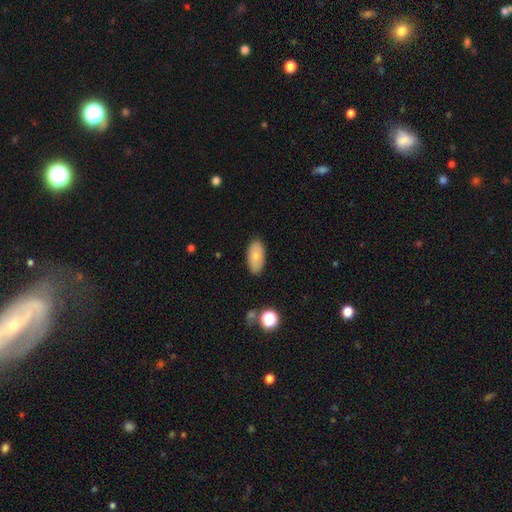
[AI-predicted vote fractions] A smooth galaxy with no disk features (78%) that is in between round and cigar-shaped (93%). Merging: none (86%).